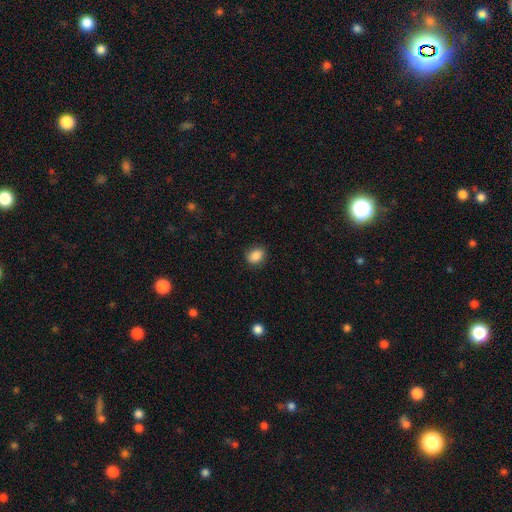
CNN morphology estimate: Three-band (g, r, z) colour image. It shows a smooth galaxy with no disk features (87%) that is in between round and cigar-shaped (59%). Merging: none (86%).